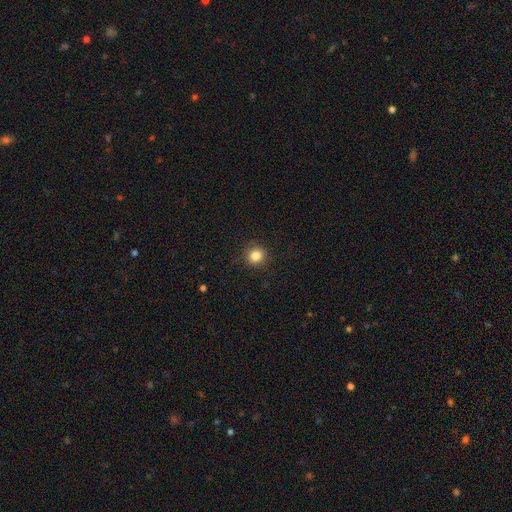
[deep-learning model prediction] smooth-or-featured: smooth: 83% | star or artifact: 12% | featured or disk: 5%
  how-rounded: round: 93% | in between: 6% | cigar-shaped: 1%
  merging: none: 91% | minor disturbance: 6% | major disturbance: 2% | merger: 1%